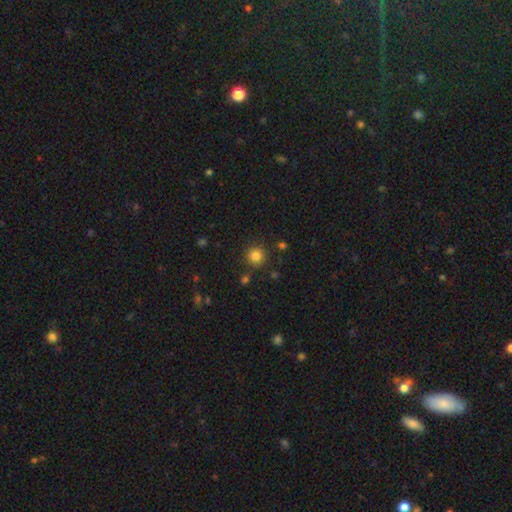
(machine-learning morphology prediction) smooth 83%, star or artifact 12%, featured or disk 4%. Down the decision tree: how rounded — round (94%); merging — none (86%).